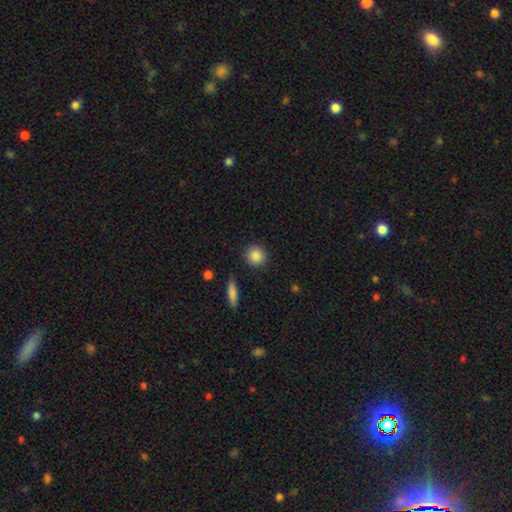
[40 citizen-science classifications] smooth 85%, featured or disk 12%, star or artifact 2%. Down the decision tree: how rounded — round (88%); merging — none (95%).